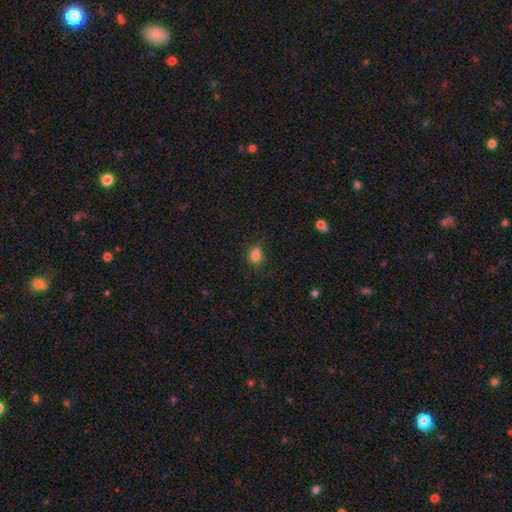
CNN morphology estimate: type=smooth (80%); roundness=round (63%); merging=none (59%).